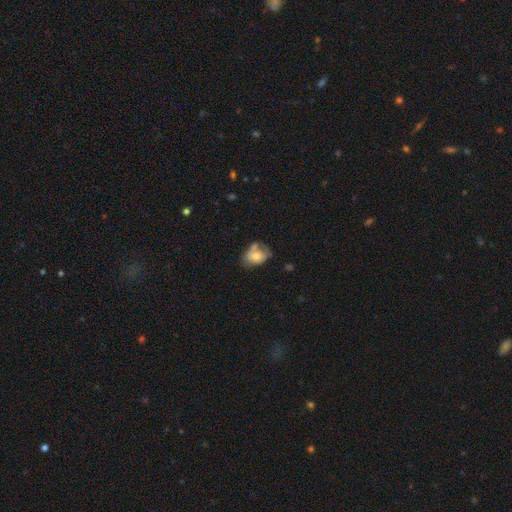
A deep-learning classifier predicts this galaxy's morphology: Q: Smooth or featured?
A: smooth (68%); runner-up: featured or disk (24%)
Q: How rounded?
A: in between (77%); runner-up: round (22%)
Q: Merging?
A: none (38%); runner-up: minor disturbance (26%)